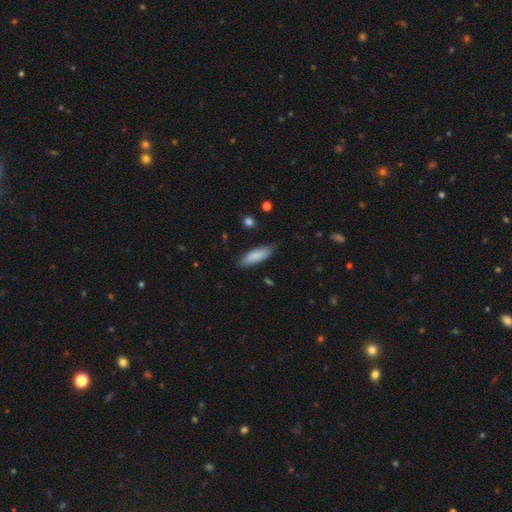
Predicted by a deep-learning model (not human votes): Smooth or featured?
  - smooth: 86% *
  - featured or disk: 8%
  - star or artifact: 6%
How rounded?
  - in between: 53% *
  - cigar-shaped: 46%
  - round: 1%
Merging?
  - none: 85% *
  - minor disturbance: 12%
  - major disturbance: 2%
  - merger: 1%